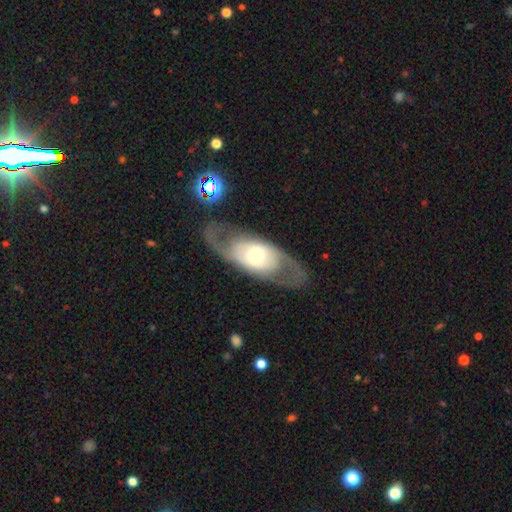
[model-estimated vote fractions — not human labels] Smooth or featured?
  - featured or disk: 65% *
  - smooth: 29%
  - star or artifact: 6%
Edge-on disk?
  - no: 83% *
  - yes: 17%
Bar?
  - no: 61% *
  - weak: 24%
  - strong: 15%
Spiral arms?
  - no: 56% *
  - yes: 44%
Bulge size?
  - moderate: 52% *
  - small: 27%
  - large: 17%
  - dominant: 3%
  - none: 1%
Merging?
  - none: 74% *
  - minor disturbance: 13%
  - major disturbance: 11%
  - merger: 2%